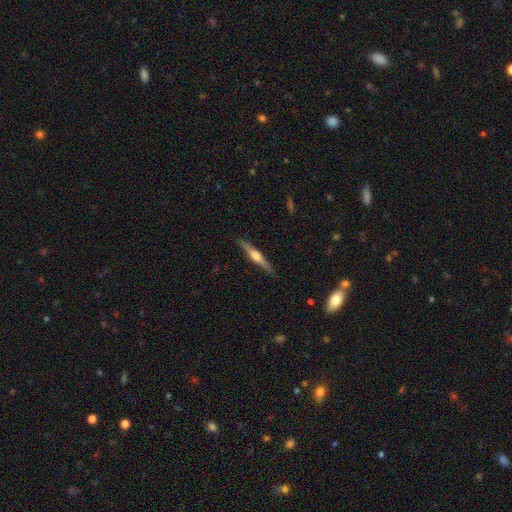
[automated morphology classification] The model was most divided on "smooth or featured": featured or disk: 75%, smooth: 19%, star or artifact: 5%. More confident: edge-on disk — yes (98%); merging — none (90%); edge-on bulge — rounded (87%).